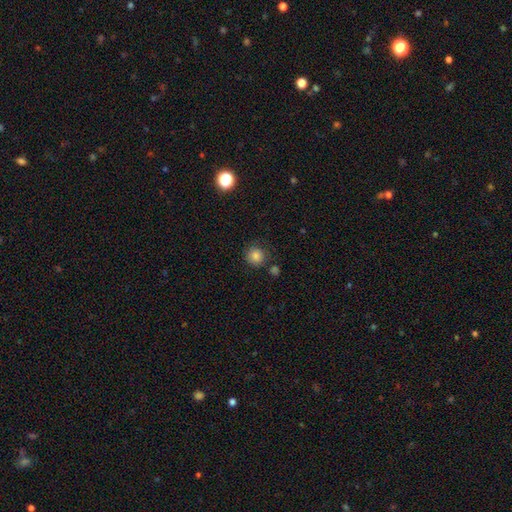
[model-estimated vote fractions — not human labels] This appears to be a smooth galaxy with no disk features (83%) that is round (92%). Merging: none (79%).